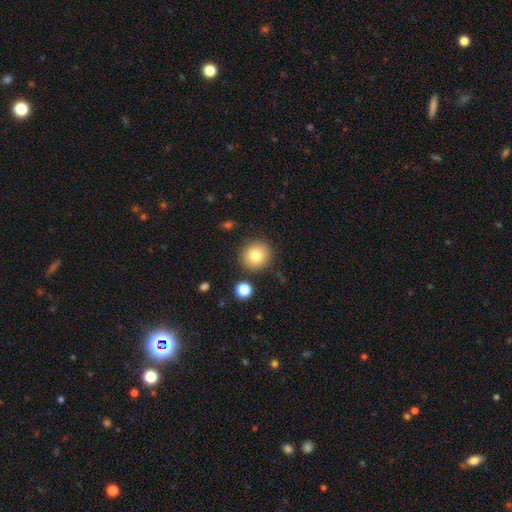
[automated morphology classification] smooth_or_featured: smooth (p=0.81) [alt: star or artifact p=0.10]
how_rounded: round (p=0.90) [alt: in between p=0.09]
merging: none (p=0.87) [alt: minor disturbance p=0.07]